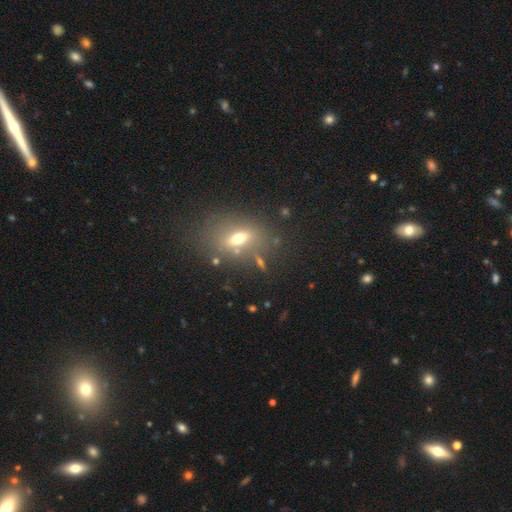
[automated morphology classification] Overall: smooth (52%; featured or disk 24%). How rounded: in between (71%). Merging: none (73%).